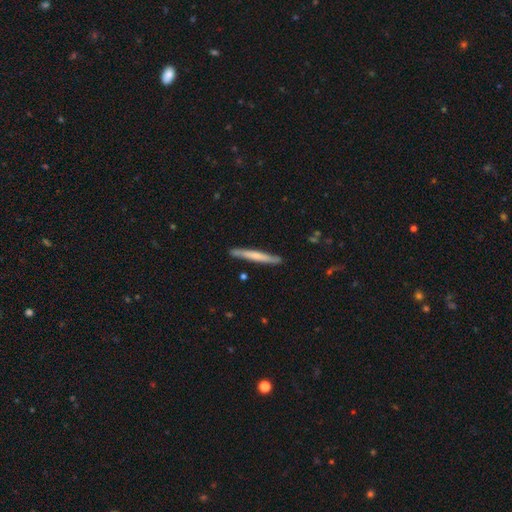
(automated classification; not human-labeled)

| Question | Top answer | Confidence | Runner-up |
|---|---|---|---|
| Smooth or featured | smooth | 55% | featured or disk (40%) |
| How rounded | cigar-shaped | 96% | in between (2%) |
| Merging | none | 87% | minor disturbance (10%) |